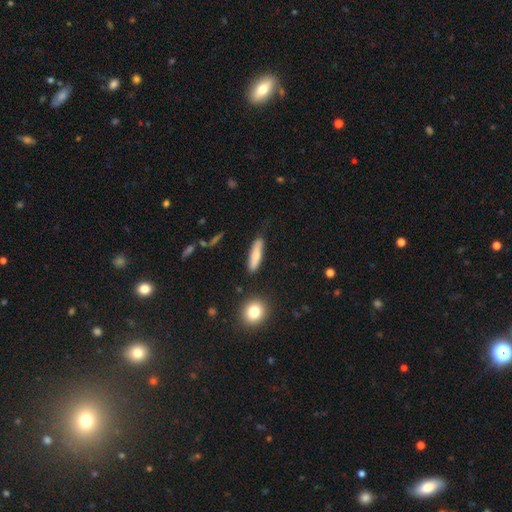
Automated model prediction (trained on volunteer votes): A smooth galaxy with no disk features (73%) that is cigar-shaped (74%).

Vote fractions:
- Smooth or featured? smooth: 73% / featured or disk: 21% / star or artifact: 6%
- How rounded? cigar-shaped: 74% / in between: 24% / round: 3%
- Merging? none: 84% / minor disturbance: 11% / merger: 2% / major disturbance: 2%